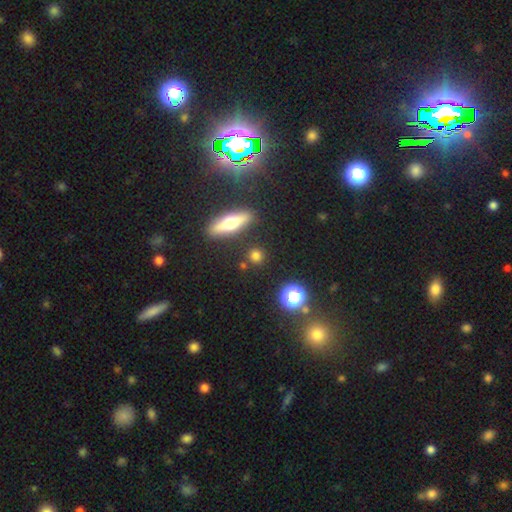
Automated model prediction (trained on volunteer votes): Smooth or featured? smooth (70%)
How rounded? round (81%)
Merging? none (86%)